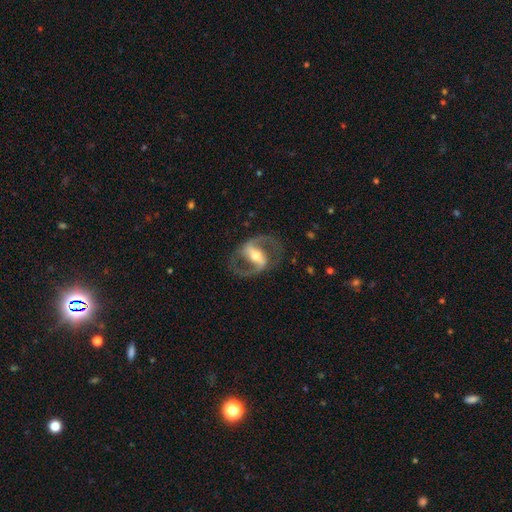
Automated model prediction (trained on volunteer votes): Smooth or featured? Predicted: featured or disk (p=0.89). Edge-on disk? Predicted: no (p=0.96). Bar? Predicted: strong (p=0.61). Spiral arms? Predicted: yes (p=0.94). Spiral winding? Predicted: medium (p=0.59). Spiral arm count? Predicted: 2 (p=0.93). Bulge size? Predicted: moderate (p=0.63). Merging? Predicted: none (p=0.79).